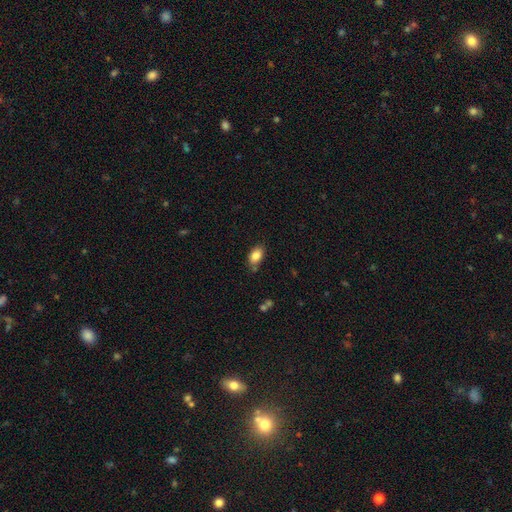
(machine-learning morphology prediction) smooth 85%, star or artifact 8%, featured or disk 7%. Down the decision tree: how rounded — in between (88%); merging — none (75%).